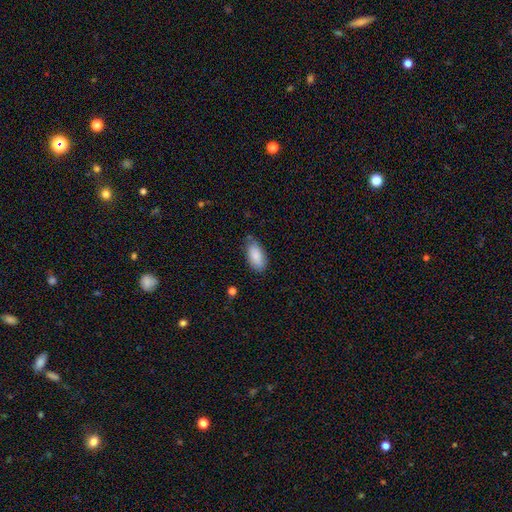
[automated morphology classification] Overall: smooth (85%). How rounded: in between (92%). Merging: none (71%).